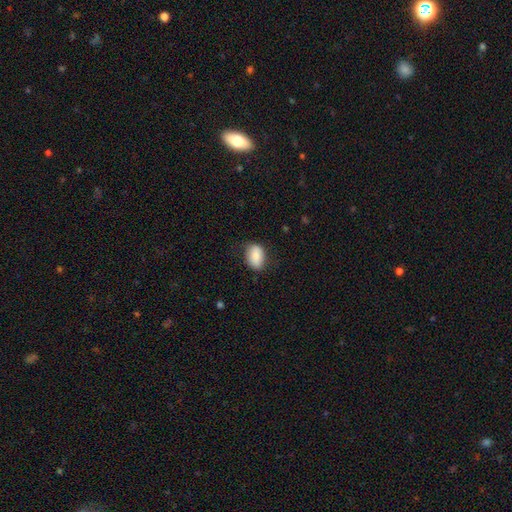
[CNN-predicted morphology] smooth-or-featured: smooth: 86% | star or artifact: 7% | featured or disk: 7%
  how-rounded: in between: 84% | round: 14% | cigar-shaped: 1%
  merging: none: 76% | minor disturbance: 19% | major disturbance: 4% | merger: 1%